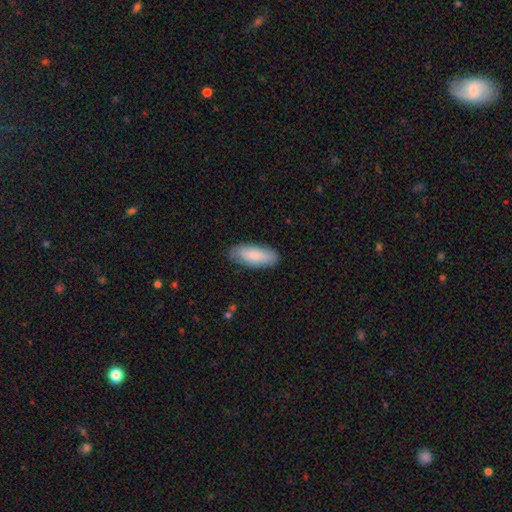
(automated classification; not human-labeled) This is clearly a smooth galaxy (85%). How rounded: likely in between (76%). Merging: clearly none (84%).